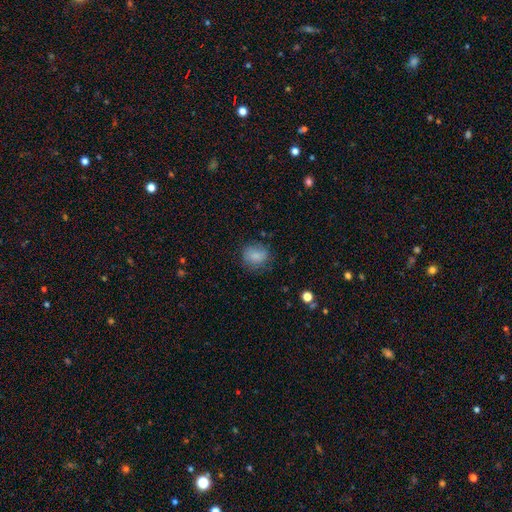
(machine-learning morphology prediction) smooth_or_featured: smooth (p=0.82) [alt: featured or disk p=0.09]
how_rounded: round (p=0.69) [alt: in between p=0.30]
merging: none (p=0.74) [alt: minor disturbance p=0.18]